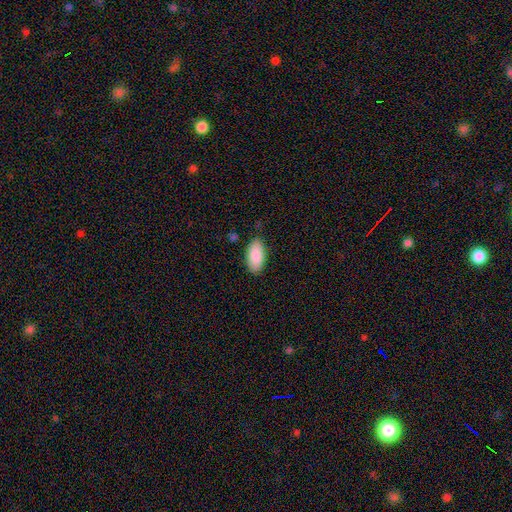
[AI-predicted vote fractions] Morphology: type=smooth (88%); roundness=in between (93%); merging=none (84%).